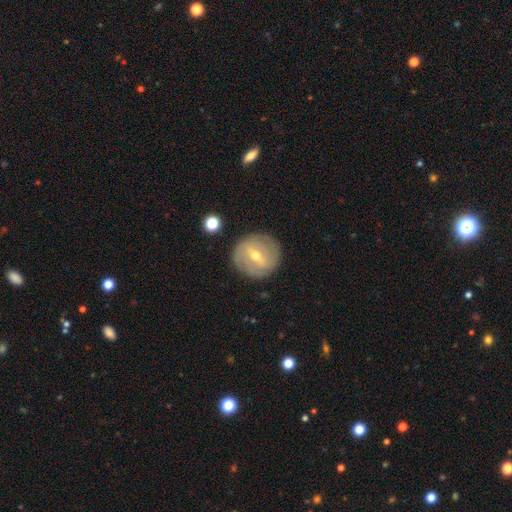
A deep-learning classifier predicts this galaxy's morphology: This is likely a featured or disk galaxy (61%). It is clearly not viewed edge-on (93%). Bar: possibly weak (47%). Spiral arm pattern: possibly no (53%). Central bulge: possibly moderate (52%). Merging: clearly none (85%).